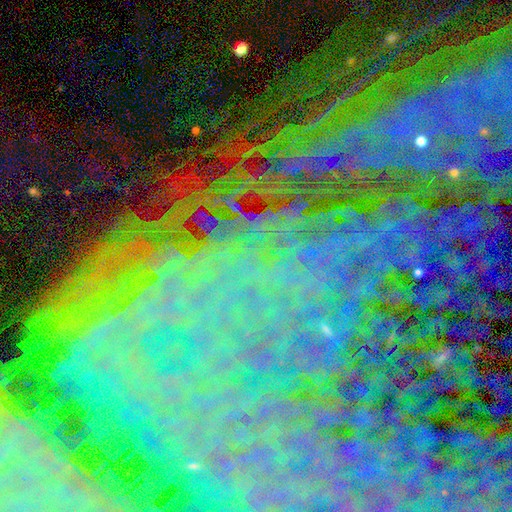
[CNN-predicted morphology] A star or artifact, not a galaxy (77%).